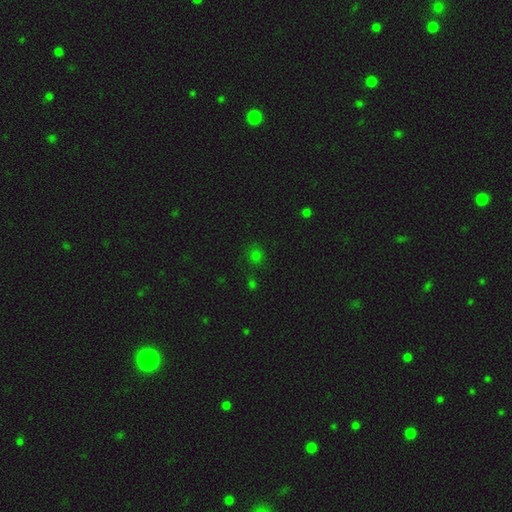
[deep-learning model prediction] A smooth galaxy with no disk features (70%) that is round (82%).

Vote fractions:
- Smooth or featured? smooth: 70% / star or artifact: 25% / featured or disk: 6%
- How rounded? round: 82% / in between: 17% / cigar-shaped: 1%
- Merging? none: 80% / minor disturbance: 12% / merger: 5% / major disturbance: 4%